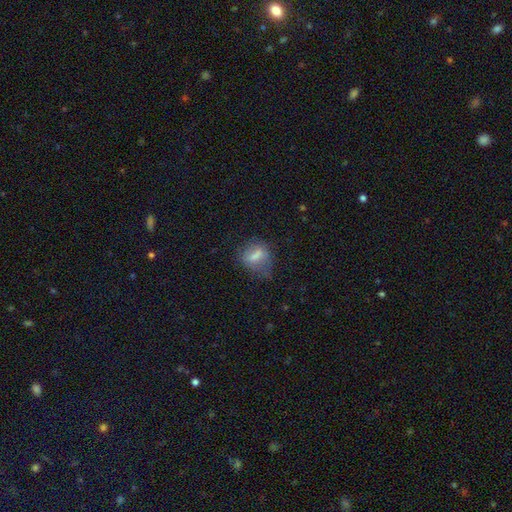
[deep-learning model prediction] Morphology: type=smooth (64%); roundness=in between (57%); merging=none (46%).